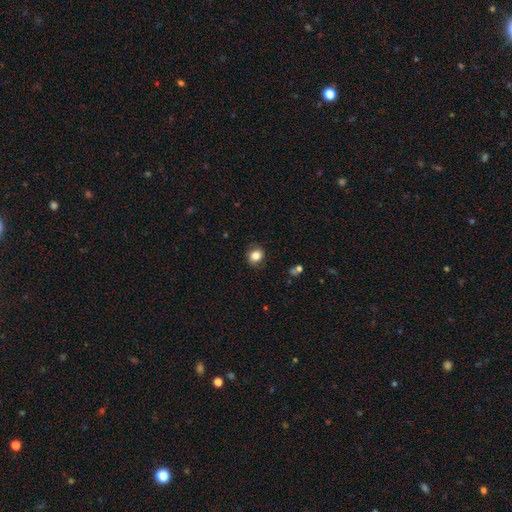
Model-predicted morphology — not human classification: Overall: smooth (83%). How rounded: round (70%). Merging: none (85%).